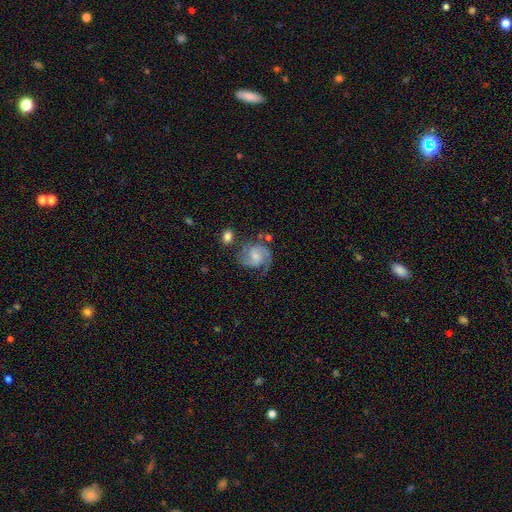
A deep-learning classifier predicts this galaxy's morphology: Smooth or featured? featured or disk (82%)
Edge-on disk? no (98%)
Bar? weak (48%)
Spiral arms? yes (96%)
Spiral winding? medium (52%)
Spiral arm count? 2 (79%)
Bulge size? small (50%)
Merging? none (62%)